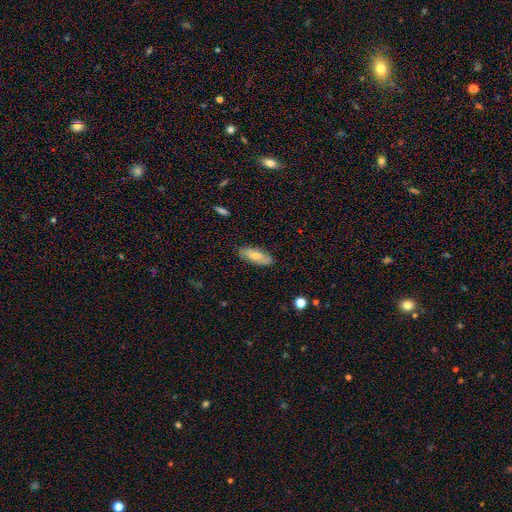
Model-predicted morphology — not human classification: Smooth or featured? smooth (66%)
How rounded? in between (79%)
Merging? none (83%)